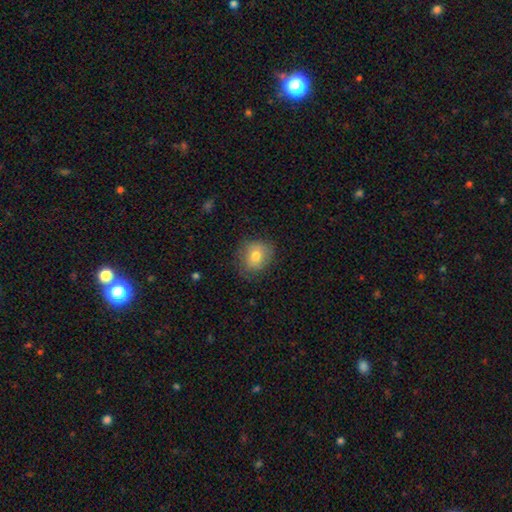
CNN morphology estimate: Smooth or featured? Predicted: smooth (p=0.76). How rounded? Predicted: round (p=0.68). Merging? Predicted: none (p=0.74).